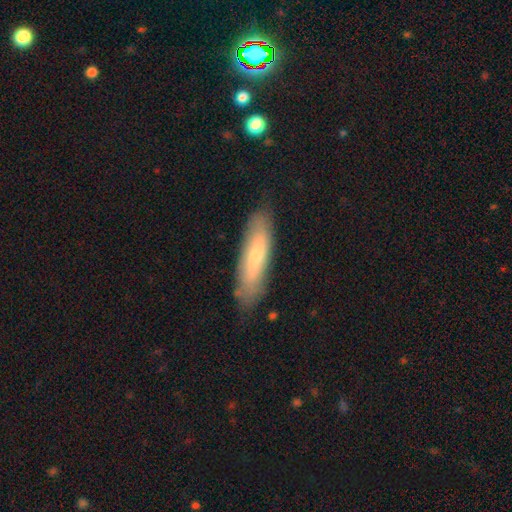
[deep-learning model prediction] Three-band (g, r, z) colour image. It shows a smooth galaxy with no disk features (57%) that is cigar-shaped (65%). Merging: none (79%).